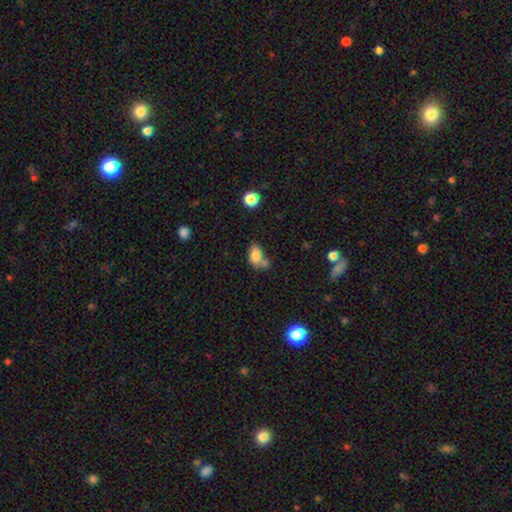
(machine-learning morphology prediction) A smooth galaxy with no disk features (81%) that is in between round and cigar-shaped (86%). Merging: none (42%).